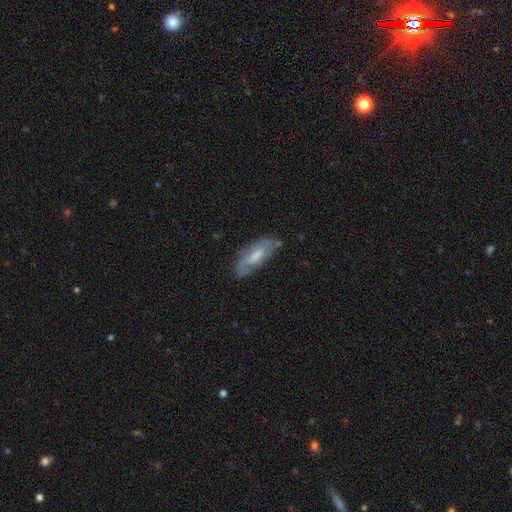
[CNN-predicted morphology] The model was most divided on "smooth or featured": featured or disk: 52%, smooth: 41%, star or artifact: 7%. More confident: edge-on disk — no (77%); merging — none (65%).